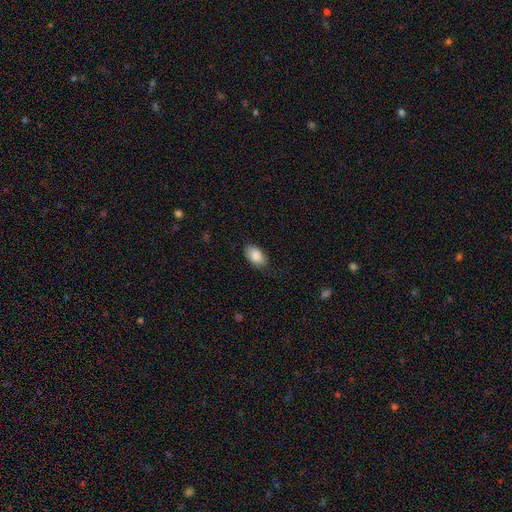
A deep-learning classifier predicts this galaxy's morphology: type=smooth (87%); roundness=in between (91%); merging=none (74%).